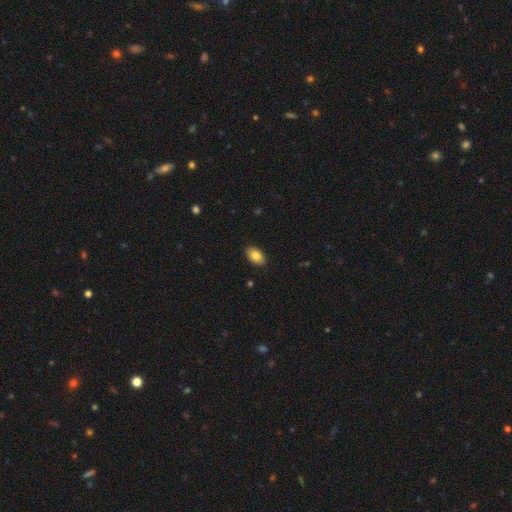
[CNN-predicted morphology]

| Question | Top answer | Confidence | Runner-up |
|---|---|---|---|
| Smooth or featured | smooth | 82% | featured or disk (11%) |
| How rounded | in between | 91% | round (8%) |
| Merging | none | 89% | minor disturbance (8%) |